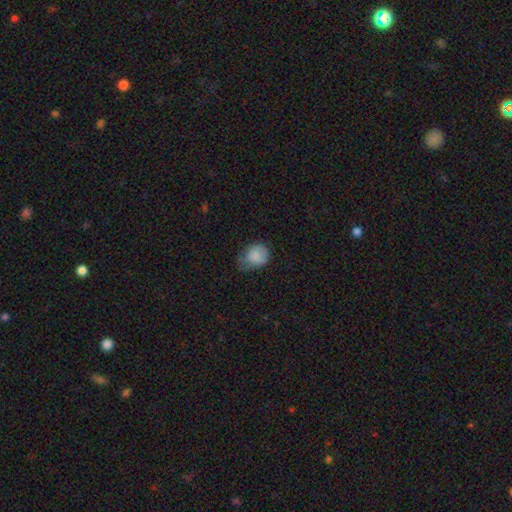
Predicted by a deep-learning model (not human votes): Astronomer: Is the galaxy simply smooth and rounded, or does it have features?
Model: smooth — 82%.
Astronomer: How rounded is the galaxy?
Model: round — 55% (runner-up: in between, 44%).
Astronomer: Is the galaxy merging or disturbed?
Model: minor disturbance — 42% (runner-up: none, 39%).